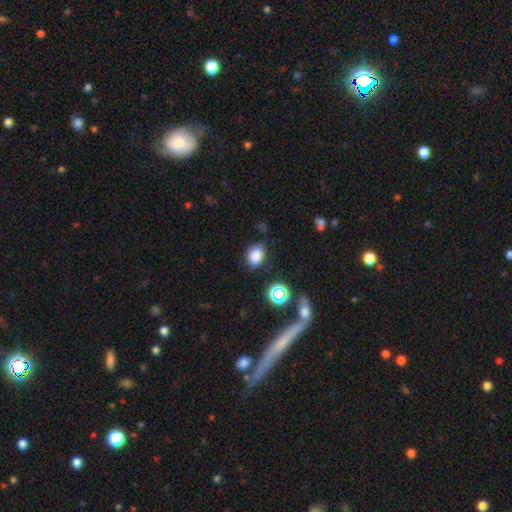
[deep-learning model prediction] Overall: smooth (81%). How rounded: in between (67%; round 32%). Merging: none (74%).